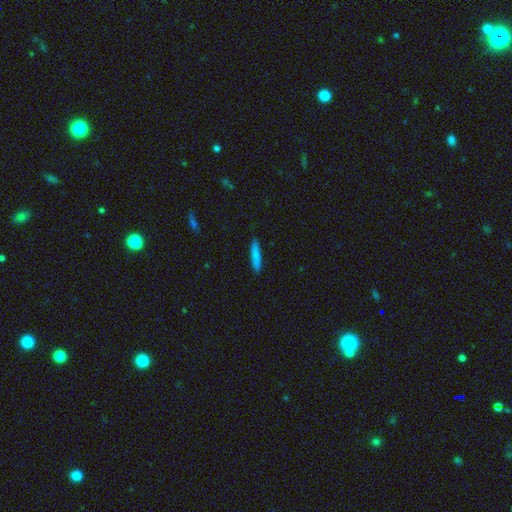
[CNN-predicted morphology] smooth 84%, featured or disk 10%, star or artifact 7%. Down the decision tree: how rounded — cigar-shaped (88%); merging — none (89%).